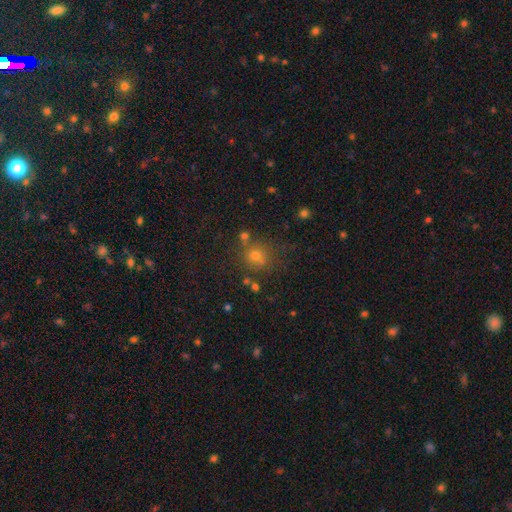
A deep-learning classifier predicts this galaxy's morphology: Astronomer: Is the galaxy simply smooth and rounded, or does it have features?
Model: smooth — 64%.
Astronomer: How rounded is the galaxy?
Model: round — 85%.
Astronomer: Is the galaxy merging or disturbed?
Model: none — 71%.